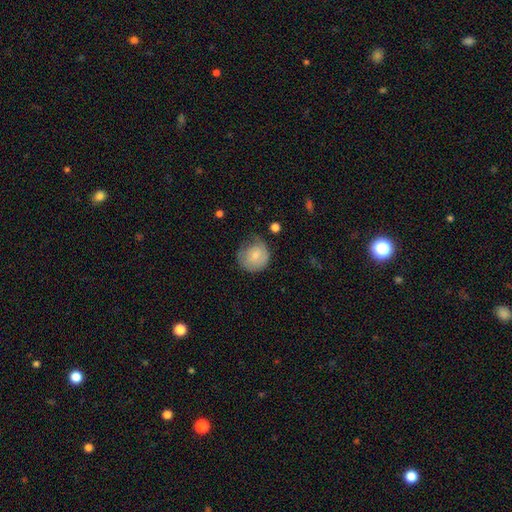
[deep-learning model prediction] Smooth or featured? smooth (64%)
How rounded? round (83%)
Merging? none (52%)